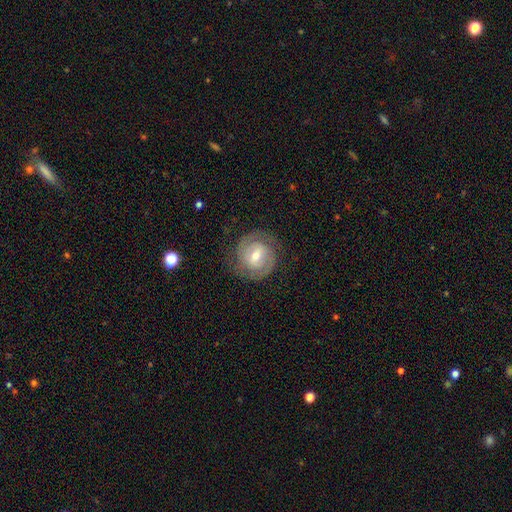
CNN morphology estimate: featured or disk 76%, smooth 18%, star or artifact 6%. Down the decision tree: edge-on disk — no (97%); bar — weak (51%); spiral arms — yes (90%); spiral arm count — 2 (81%); spiral winding — tight (57%); bulge size — moderate (51%); merging — none (79%).